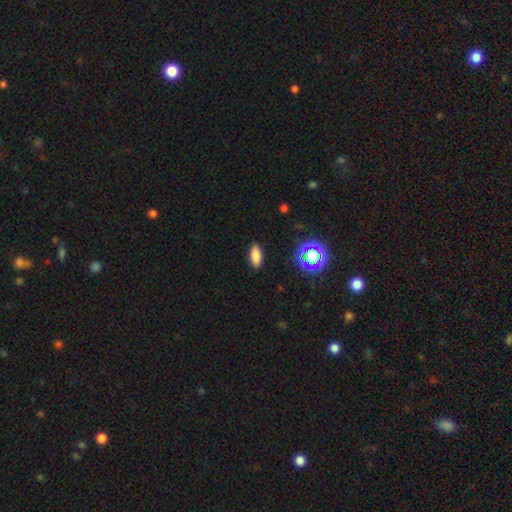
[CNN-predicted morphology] This appears to be a smooth galaxy with no disk features (78%) that is in between round and cigar-shaped (80%). Merging: none (88%).